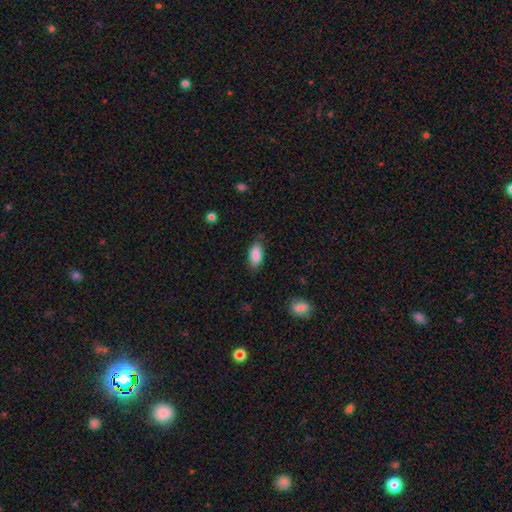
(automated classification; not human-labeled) Overall: smooth (88%). How rounded: in between (88%). Merging: none (79%).